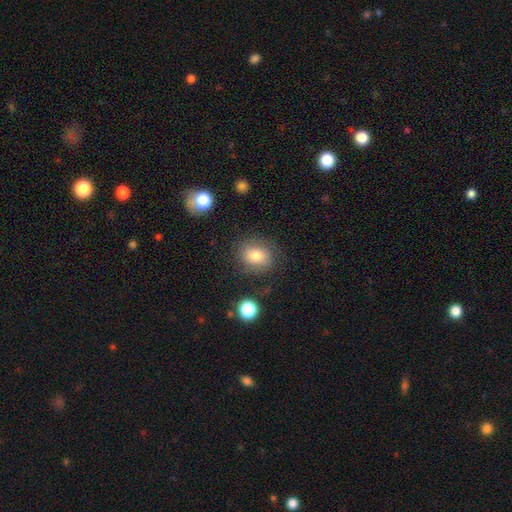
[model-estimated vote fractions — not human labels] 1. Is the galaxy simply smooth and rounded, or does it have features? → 75% smooth, 15% featured or disk, 10% star or artifact.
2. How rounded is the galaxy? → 62% round, 37% in between, 1% cigar-shaped.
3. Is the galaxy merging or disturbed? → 76% none, 15% minor disturbance, 7% major disturbance, 2% merger.